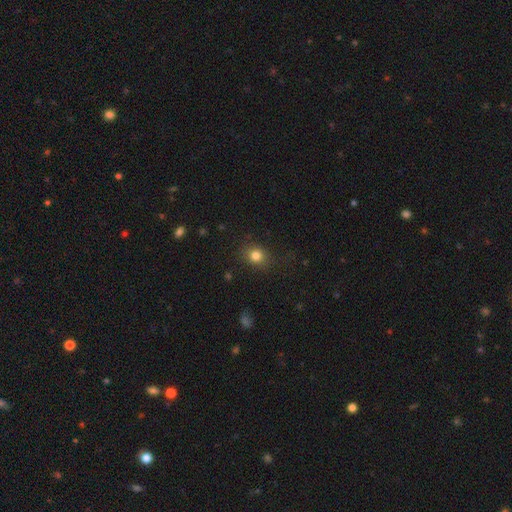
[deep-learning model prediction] A smooth galaxy with no disk features (81%) that is round (72%).

Vote fractions:
- Smooth or featured? smooth: 81% / star or artifact: 13% / featured or disk: 7%
- How rounded? round: 72% / in between: 27% / cigar-shaped: 1%
- Merging? none: 84% / minor disturbance: 11% / major disturbance: 4% / merger: 1%